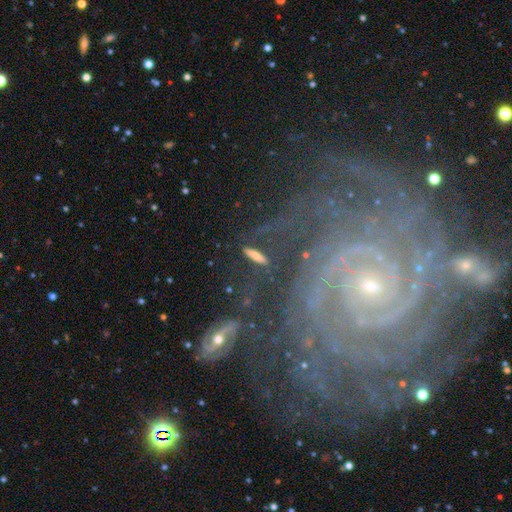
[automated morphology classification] Smooth or featured? Predicted: smooth (p=0.62). How rounded? Predicted: cigar-shaped (p=0.75). Merging? Predicted: none (p=0.75).